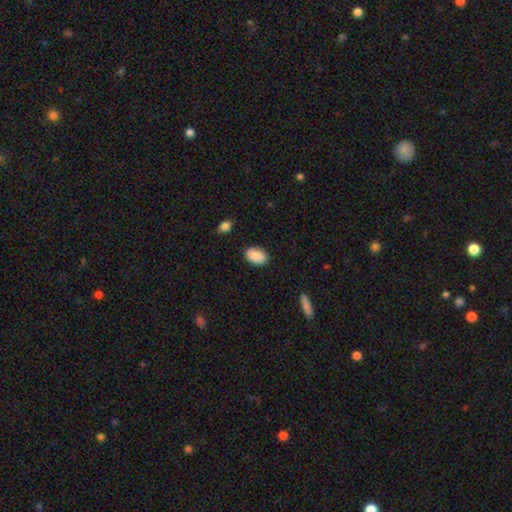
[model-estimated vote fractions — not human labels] smooth_or_featured: smooth (p=0.84) [alt: featured or disk p=0.09]
how_rounded: in between (p=0.88) [alt: round p=0.10]
merging: none (p=0.85) [alt: minor disturbance p=0.11]